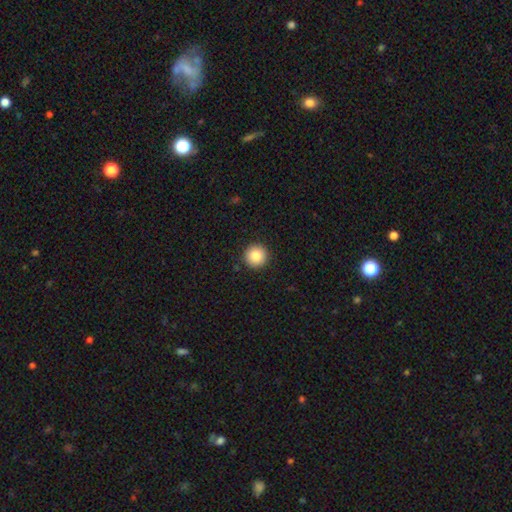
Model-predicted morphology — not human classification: Smooth or featured? smooth (86%)
How rounded? round (96%)
Merging? none (93%)